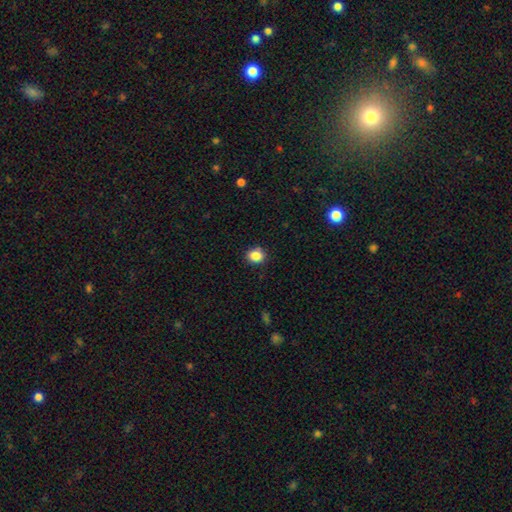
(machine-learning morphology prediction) smooth_or_featured: smooth (p=0.85) [alt: star or artifact p=0.10]
how_rounded: round (p=0.64) [alt: in between p=0.35]
merging: none (p=0.85) [alt: minor disturbance p=0.10]